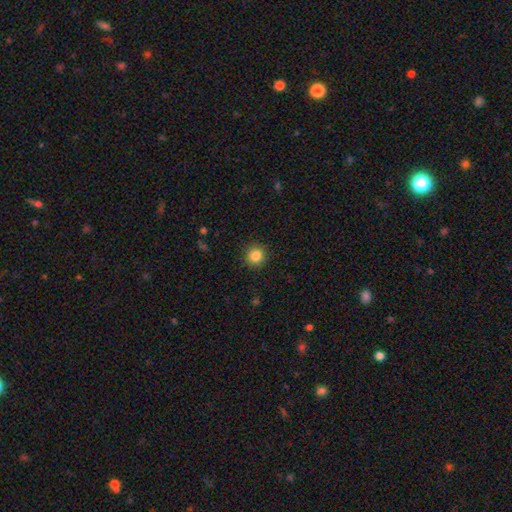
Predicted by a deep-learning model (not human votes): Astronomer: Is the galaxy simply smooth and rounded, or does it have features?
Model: smooth — 85%.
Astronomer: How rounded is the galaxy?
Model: round — 94%.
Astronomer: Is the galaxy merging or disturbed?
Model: none — 91%.